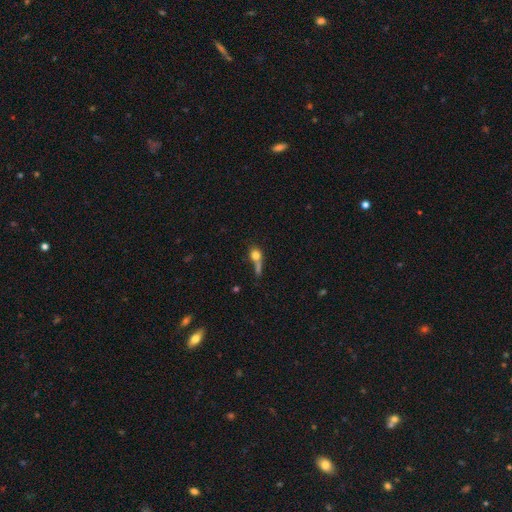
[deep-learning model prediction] Smooth or featured? Predicted: smooth (p=0.71). How rounded? Predicted: round (p=0.60). Merging? Predicted: merger (p=0.36).